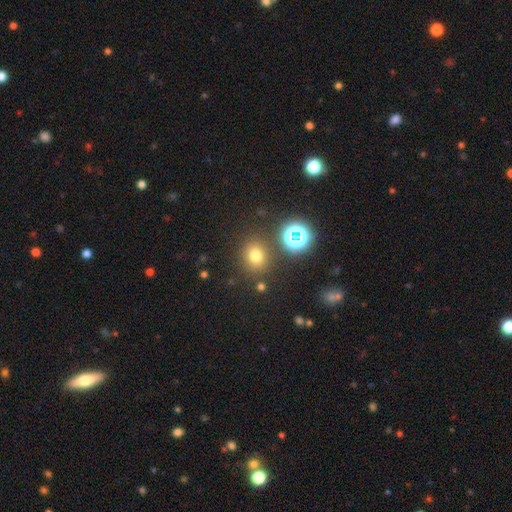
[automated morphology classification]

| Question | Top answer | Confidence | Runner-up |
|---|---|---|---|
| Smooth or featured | smooth | 70% | star or artifact (23%) |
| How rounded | round | 80% | in between (19%) |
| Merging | none | 82% | minor disturbance (8%) |